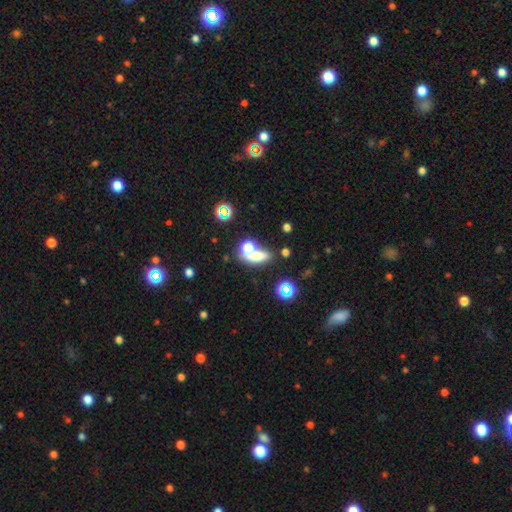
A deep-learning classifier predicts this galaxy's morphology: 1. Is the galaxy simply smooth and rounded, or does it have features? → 61% smooth, 24% star or artifact, 15% featured or disk.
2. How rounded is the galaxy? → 48% in between, 28% round, 23% cigar-shaped.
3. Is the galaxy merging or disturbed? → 47% none, 34% merger, 11% minor disturbance, 8% major disturbance.